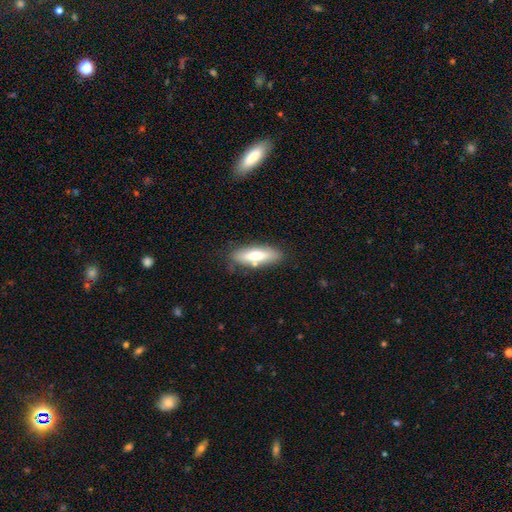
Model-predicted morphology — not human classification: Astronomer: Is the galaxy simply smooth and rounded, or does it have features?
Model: smooth — 67%.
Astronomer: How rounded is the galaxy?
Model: in between — 52% (runner-up: cigar-shaped, 46%).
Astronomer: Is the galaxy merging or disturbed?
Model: none — 78%.